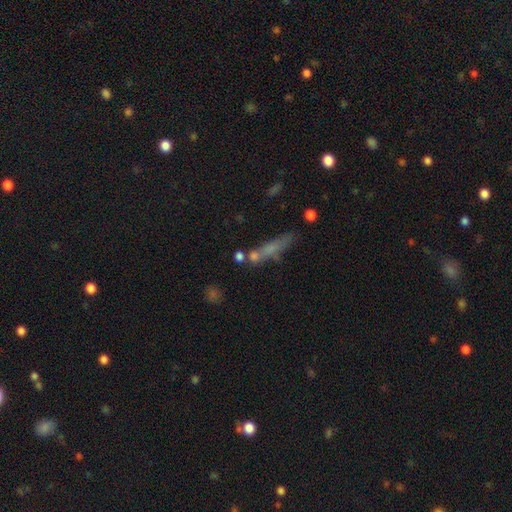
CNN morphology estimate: This appears to be a smooth galaxy with no disk features (56%) that is cigar-shaped (77%). Merging: none (55%).